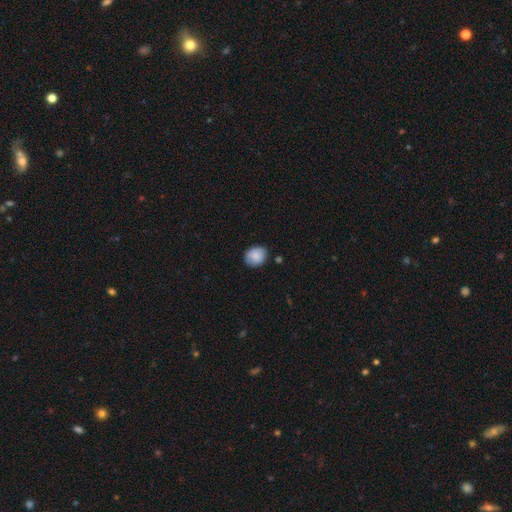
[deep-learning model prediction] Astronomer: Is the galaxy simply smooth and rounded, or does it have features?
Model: smooth — 84%.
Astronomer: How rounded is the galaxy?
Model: round — 54% (runner-up: in between, 45%).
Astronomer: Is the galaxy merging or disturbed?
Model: none — 80%.